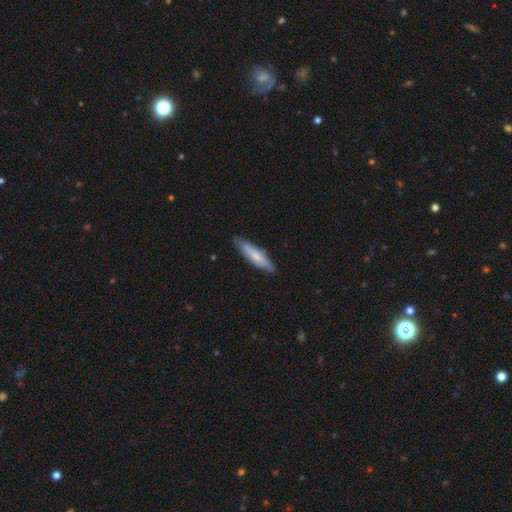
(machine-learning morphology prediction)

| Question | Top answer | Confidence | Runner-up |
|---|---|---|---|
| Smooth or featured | smooth | 64% | featured or disk (30%) |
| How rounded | cigar-shaped | 75% | in between (23%) |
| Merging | none | 82% | minor disturbance (14%) |